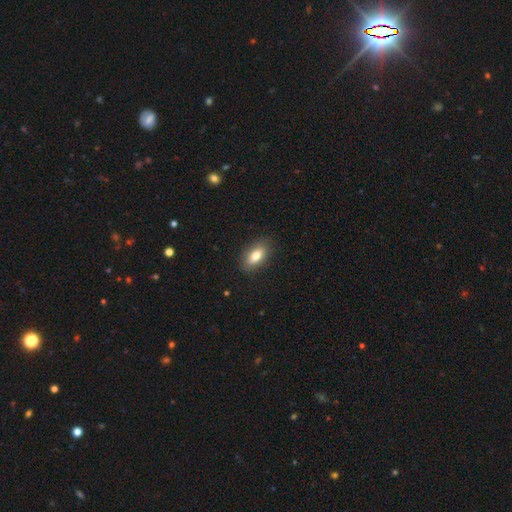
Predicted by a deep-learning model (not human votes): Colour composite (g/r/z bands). It shows a smooth galaxy with no disk features (77%) that is in between round and cigar-shaped (88%). Merging: none (87%).